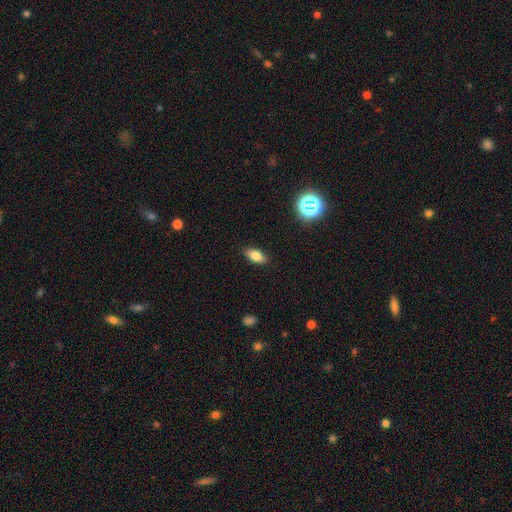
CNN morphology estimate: Q: Smooth or featured?
A: smooth (78%); runner-up: featured or disk (11%)
Q: How rounded?
A: in between (85%); runner-up: cigar-shaped (10%)
Q: Merging?
A: none (88%); runner-up: minor disturbance (9%)